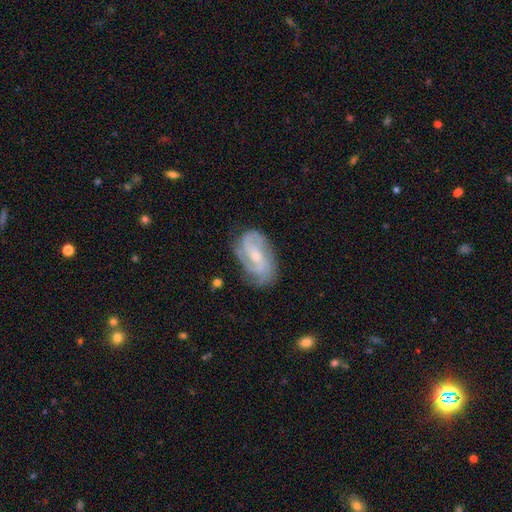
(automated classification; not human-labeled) Q: Smooth or featured?
A: featured or disk (84%); runner-up: smooth (10%)
Q: Edge-on disk?
A: no (96%); runner-up: yes (4%)
Q: Bar?
A: no (45%); runner-up: weak (39%)
Q: Spiral arms?
A: yes (96%); runner-up: no (4%)
Q: Spiral winding?
A: tight (45%); runner-up: medium (40%)
Q: Spiral arm count?
A: 3 (32%); runner-up: 2 (30%)
Q: Bulge size?
A: small (61%); runner-up: moderate (35%)
Q: Merging?
A: none (71%); runner-up: minor disturbance (20%)